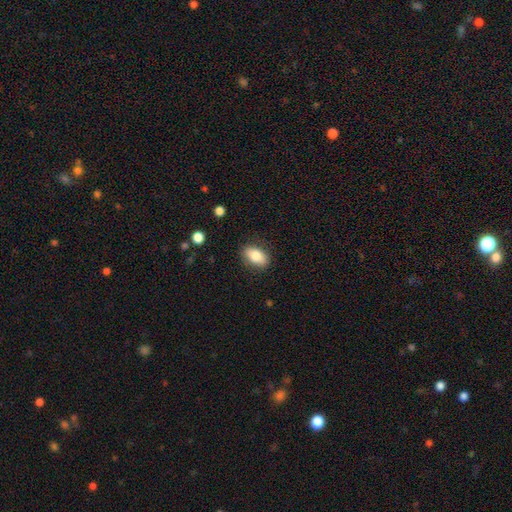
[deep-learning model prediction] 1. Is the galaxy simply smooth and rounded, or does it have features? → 79% smooth, 13% featured or disk, 7% star or artifact.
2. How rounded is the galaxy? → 87% in between, 10% round, 3% cigar-shaped.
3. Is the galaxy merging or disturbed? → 84% none, 12% minor disturbance, 3% major disturbance, 1% merger.